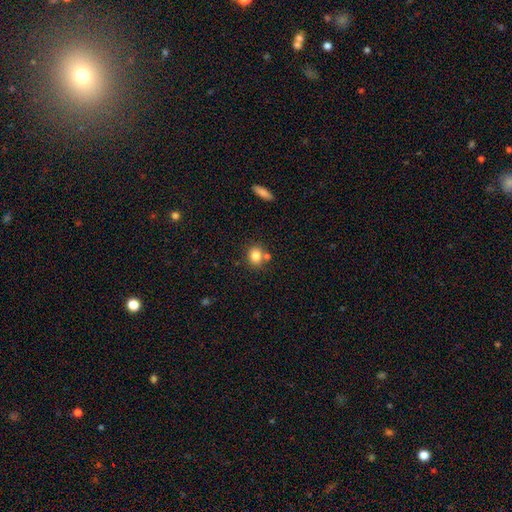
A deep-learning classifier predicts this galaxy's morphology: Smooth or featured? Predicted: smooth (p=0.82). How rounded? Predicted: round (p=0.69). Merging? Predicted: none (p=0.67).